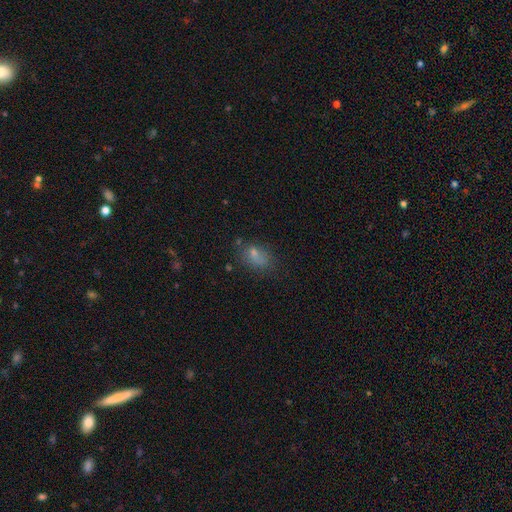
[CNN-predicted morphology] smooth_or_featured: smooth (p=0.69) [alt: featured or disk p=0.16]
how_rounded: in between (p=0.80) [alt: round p=0.17]
merging: none (p=0.53) [alt: minor disturbance p=0.25]